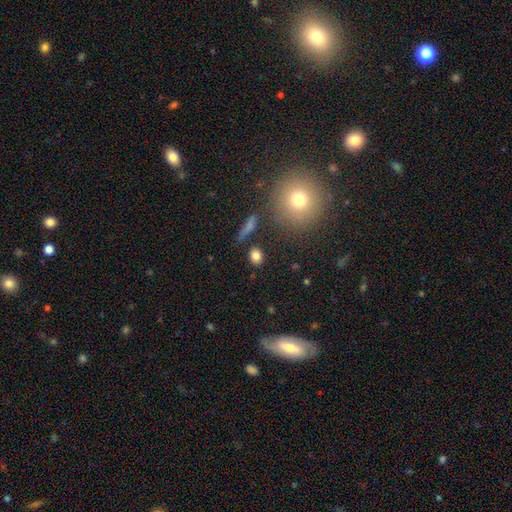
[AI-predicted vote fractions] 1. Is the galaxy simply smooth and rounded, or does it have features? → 82% smooth, 11% star or artifact, 7% featured or disk.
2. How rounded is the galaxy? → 57% round, 39% in between, 5% cigar-shaped.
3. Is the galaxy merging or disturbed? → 84% none, 9% minor disturbance, 5% merger, 3% major disturbance.